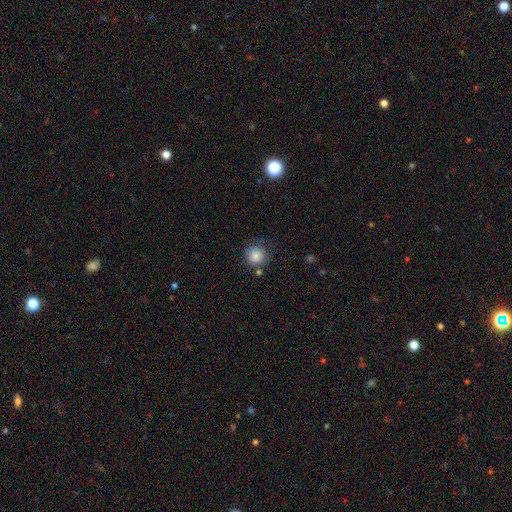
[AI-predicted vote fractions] The model was most divided on "merging": none: 70%, minor disturbance: 19%, major disturbance: 6%, merger: 6%. More confident: how rounded — round (92%); smooth or featured — smooth (84%).